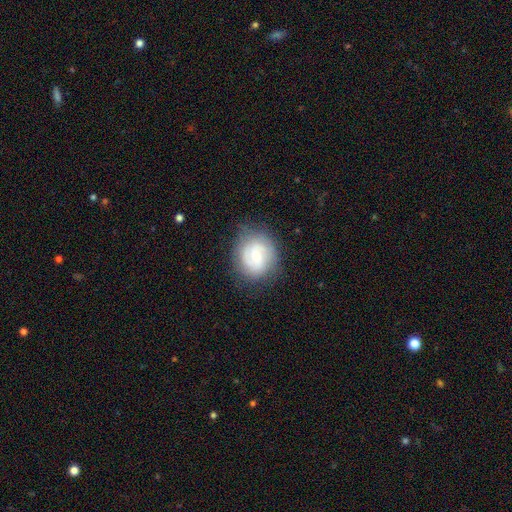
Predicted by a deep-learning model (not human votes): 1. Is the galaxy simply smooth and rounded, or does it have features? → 61% featured or disk, 31% smooth, 8% star or artifact.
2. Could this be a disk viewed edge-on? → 97% no, 3% yes.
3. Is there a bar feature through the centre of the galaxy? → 47% weak, 42% no, 11% strong.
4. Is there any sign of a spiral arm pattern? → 84% yes, 16% no.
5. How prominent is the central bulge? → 48% small, 46% moderate, 3% large, 2% none, 1% dominant.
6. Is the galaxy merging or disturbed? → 79% none, 15% minor disturbance, 5% major disturbance, 1% merger.